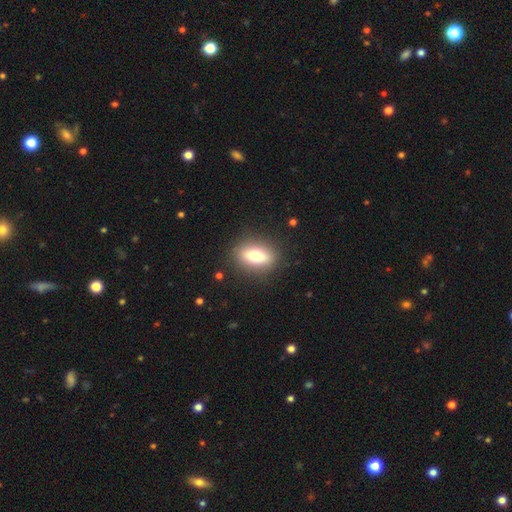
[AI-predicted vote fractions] Q: Smooth or featured?
A: smooth (73%); runner-up: featured or disk (18%)
Q: How rounded?
A: in between (76%); runner-up: round (13%)
Q: Merging?
A: none (86%); runner-up: minor disturbance (9%)